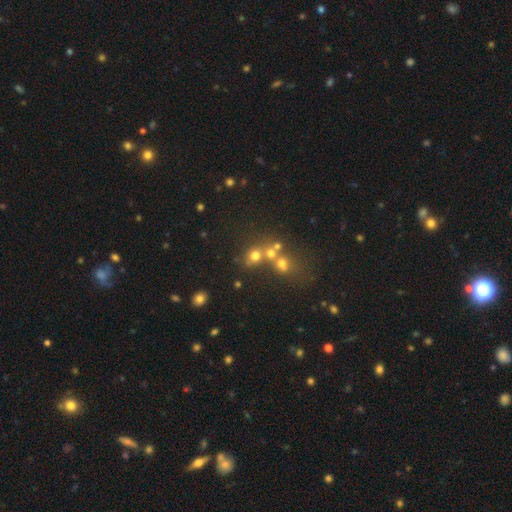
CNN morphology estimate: Smooth or featured?
  - smooth: 56% *
  - star or artifact: 26%
  - featured or disk: 18%
How rounded?
  - round: 74% *
  - in between: 24%
  - cigar-shaped: 1%
Merging?
  - merger: 44% *
  - none: 42%
  - minor disturbance: 8%
  - major disturbance: 5%